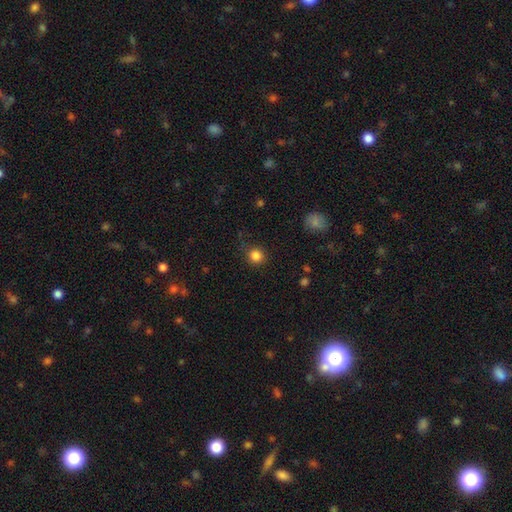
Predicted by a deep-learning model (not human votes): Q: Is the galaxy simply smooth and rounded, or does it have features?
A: smooth — 84%.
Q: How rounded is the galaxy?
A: round — 89%.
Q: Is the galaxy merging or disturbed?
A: none — 85%.